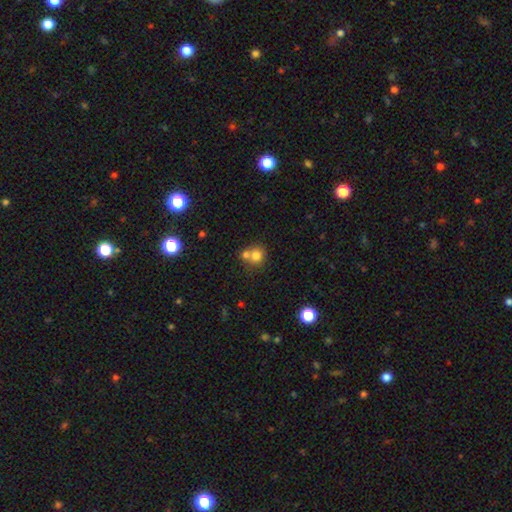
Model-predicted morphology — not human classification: A smooth galaxy with no disk features (76%) that is round (83%).

Vote fractions:
- Smooth or featured? smooth: 76% / star or artifact: 12% / featured or disk: 12%
- How rounded? round: 83% / in between: 16% / cigar-shaped: 1%
- Merging? merger: 47% / none: 42% / minor disturbance: 8% / major disturbance: 3%